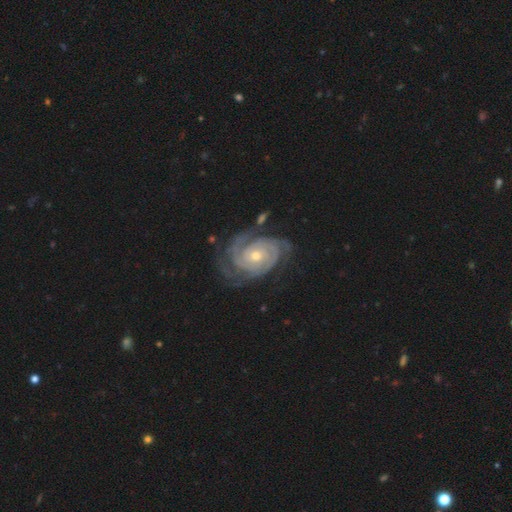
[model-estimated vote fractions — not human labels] Smooth or featured? Predicted: featured or disk (p=0.92). Edge-on disk? Predicted: no (p=0.97). Bar? Predicted: no (p=0.72). Spiral arms? Predicted: yes (p=0.98). Spiral winding? Predicted: tight (p=0.80). Spiral arm count? Predicted: 3 (p=0.33). Bulge size? Predicted: small (p=0.49). Merging? Predicted: none (p=0.68).